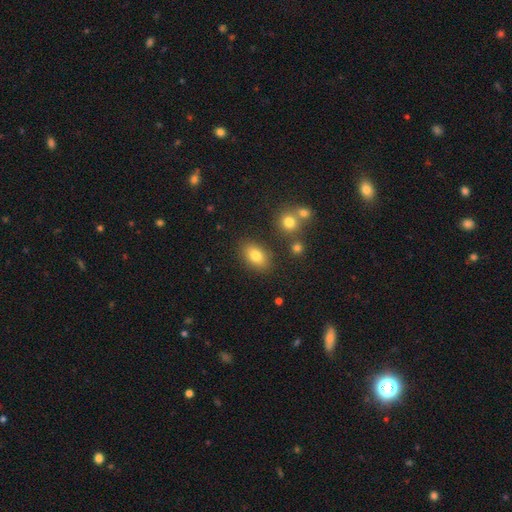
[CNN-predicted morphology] Overall: smooth (80%). How rounded: in between (86%). Merging: none (82%).